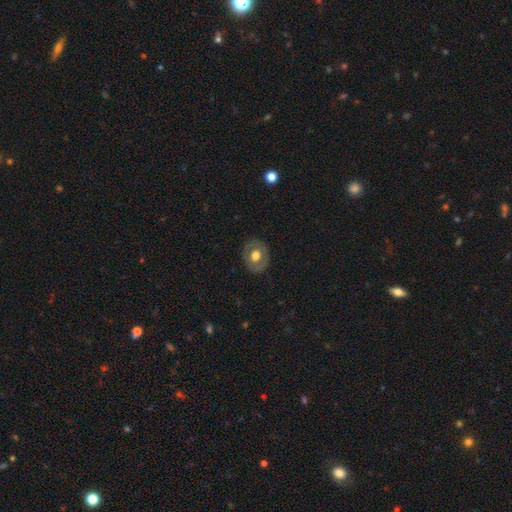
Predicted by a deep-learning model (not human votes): smooth 54%, featured or disk 39%, star or artifact 7%. Down the decision tree: how rounded — round (54%); merging — none (83%).